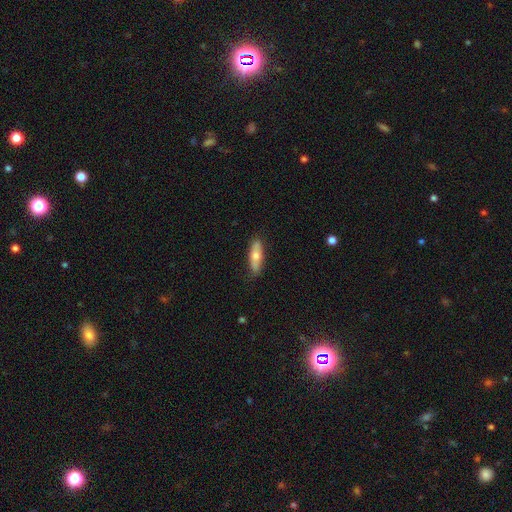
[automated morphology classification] This is likely a smooth galaxy (63%). How rounded: possibly cigar-shaped (49%). Merging: clearly none (83%).